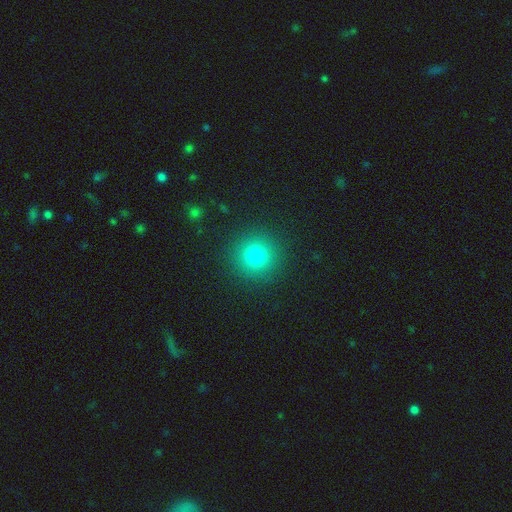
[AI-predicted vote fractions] Overall: smooth (78%). How rounded: round (94%). Merging: none (90%).